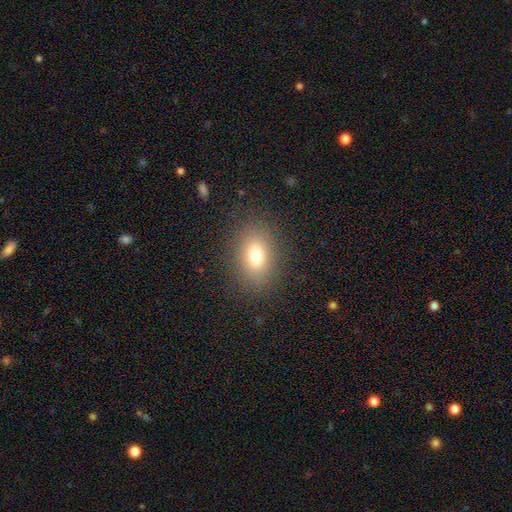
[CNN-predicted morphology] This appears to be a smooth galaxy with no disk features (75%) that is in between round and cigar-shaped (77%). Merging: none (85%).